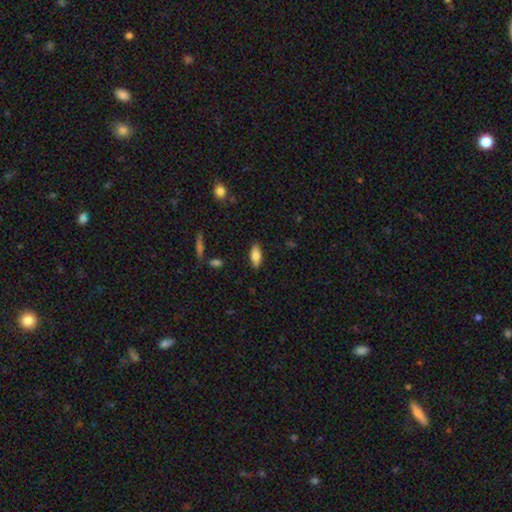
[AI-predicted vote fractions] A smooth galaxy with no disk features (76%) that is in between round and cigar-shaped (82%).

Vote fractions:
- Smooth or featured? smooth: 76% / featured or disk: 17% / star or artifact: 7%
- How rounded? in between: 82% / cigar-shaped: 16% / round: 2%
- Merging? none: 87% / minor disturbance: 10% / major disturbance: 2% / merger: 1%